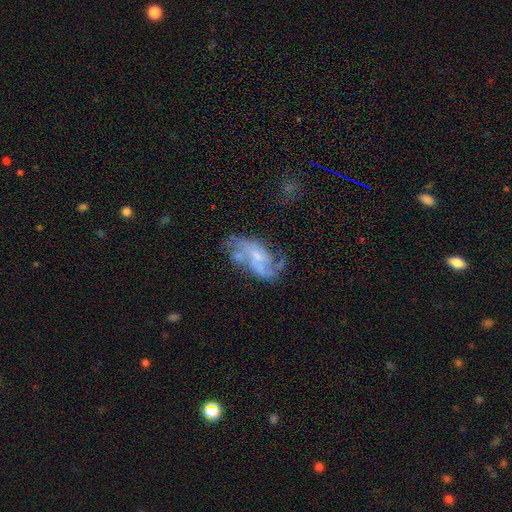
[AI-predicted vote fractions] A featured or disk galaxy (73%) with no bar (60%), 2 (47%) medium (40%) spiral arms (79%) and a small central bulge (63%). Merging: none (44%).